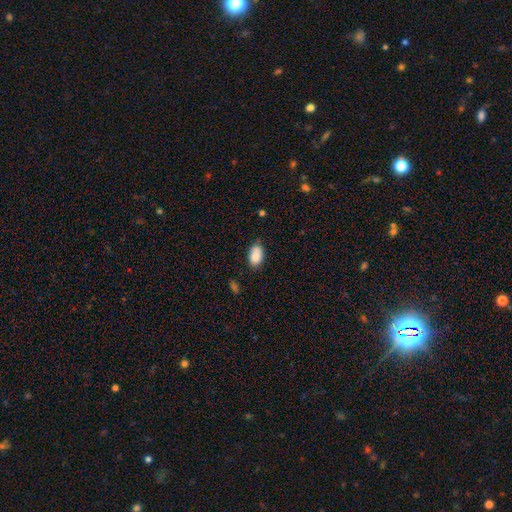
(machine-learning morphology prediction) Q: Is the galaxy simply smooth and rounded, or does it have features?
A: smooth — 86%.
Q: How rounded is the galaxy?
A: in between — 91%.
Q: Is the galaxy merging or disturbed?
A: none — 71%.